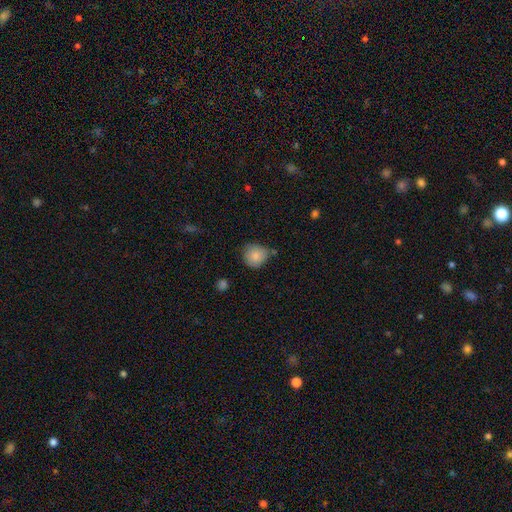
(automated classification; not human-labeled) This is clearly a smooth galaxy (85%). How rounded: clearly round (85%). Merging: likely none (67%).